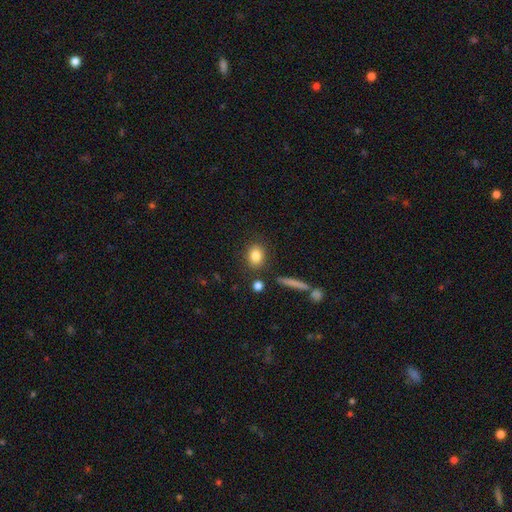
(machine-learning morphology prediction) Smooth or featured: smooth — 83% (star or artifact — 9%)
How rounded: round — 50% (in between — 47%)
Merging: none — 82% (minor disturbance — 10%)